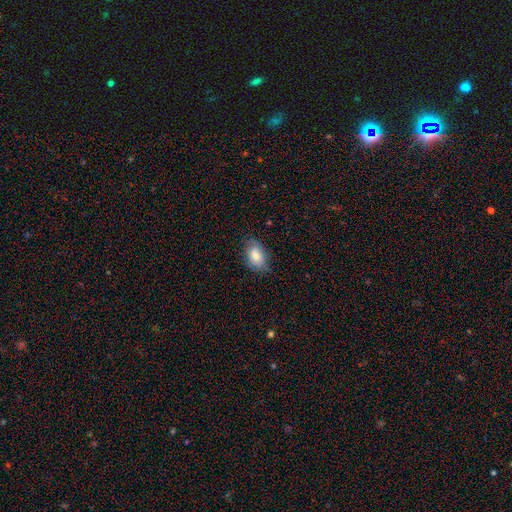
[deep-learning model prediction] A smooth galaxy with no disk features (81%) that is in between round and cigar-shaped (89%). Merging: none (75%).